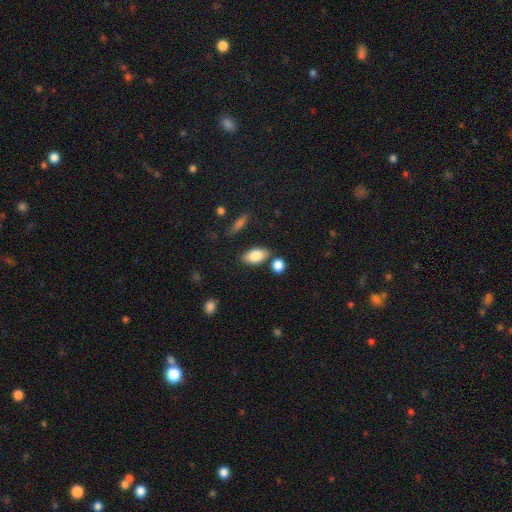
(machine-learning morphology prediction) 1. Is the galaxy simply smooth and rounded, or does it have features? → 84% smooth, 9% featured or disk, 7% star or artifact.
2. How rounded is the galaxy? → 90% in between, 6% round, 4% cigar-shaped.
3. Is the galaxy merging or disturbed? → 74% none, 12% minor disturbance, 11% merger, 3% major disturbance.